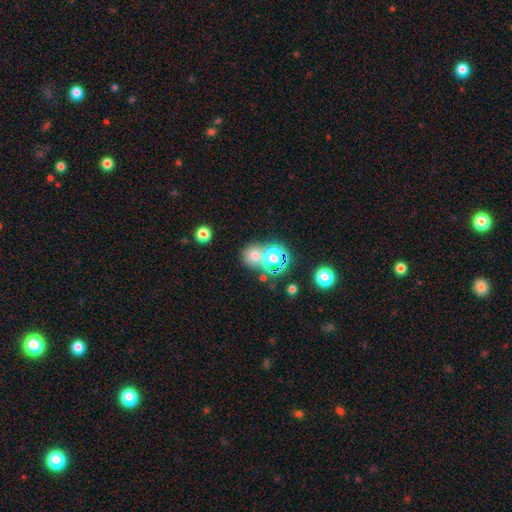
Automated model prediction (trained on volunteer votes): Smooth or featured? Predicted: smooth (p=0.64). How rounded? Predicted: round (p=0.81). Merging? Predicted: none (p=0.53).